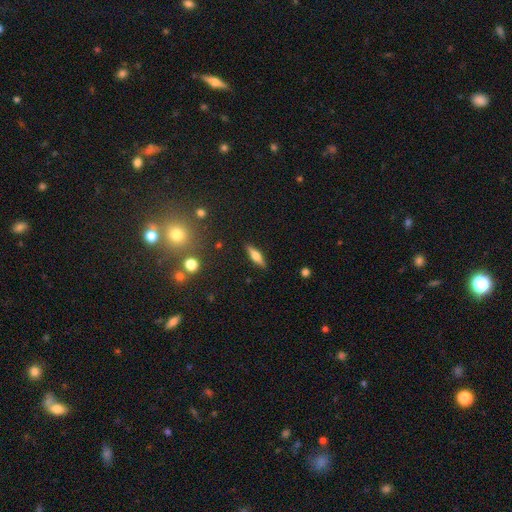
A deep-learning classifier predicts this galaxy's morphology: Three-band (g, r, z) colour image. It shows a smooth galaxy with no disk features (50%). Merging: none (88%).